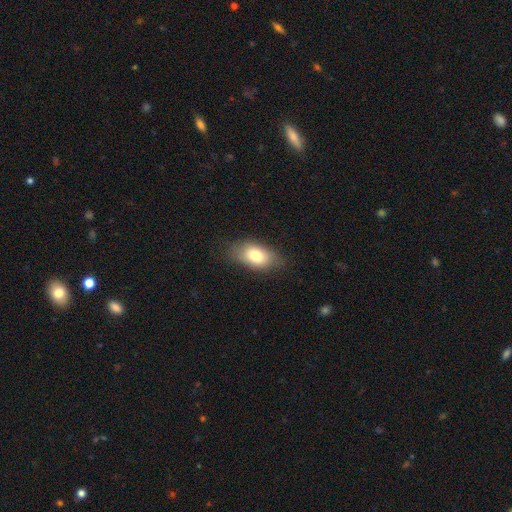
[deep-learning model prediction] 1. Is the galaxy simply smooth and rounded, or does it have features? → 78% smooth, 14% featured or disk, 8% star or artifact.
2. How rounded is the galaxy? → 89% in between, 7% round, 4% cigar-shaped.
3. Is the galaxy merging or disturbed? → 76% none, 18% minor disturbance, 5% major disturbance, 1% merger.